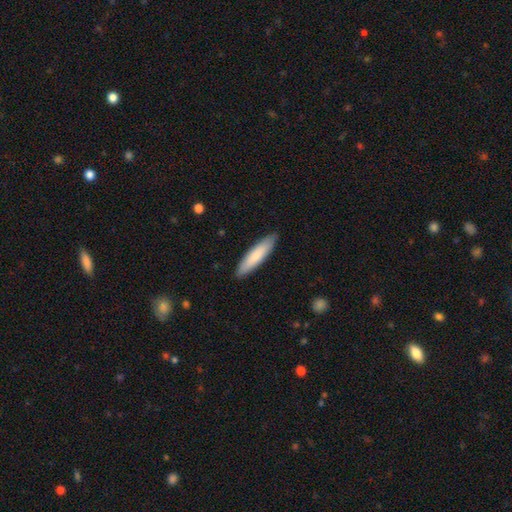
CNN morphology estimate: The model was most divided on "how rounded": cigar-shaped: 80%, in between: 19%, round: 1%. More confident: merging — none (90%); smooth or featured — smooth (78%).